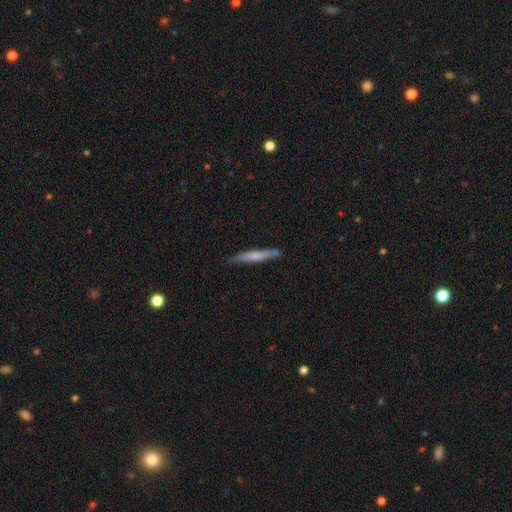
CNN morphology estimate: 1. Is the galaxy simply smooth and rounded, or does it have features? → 63% smooth, 32% featured or disk, 6% star or artifact.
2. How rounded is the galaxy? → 95% cigar-shaped, 4% in between, 1% round.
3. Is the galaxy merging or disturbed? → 81% none, 14% minor disturbance, 3% merger, 2% major disturbance.